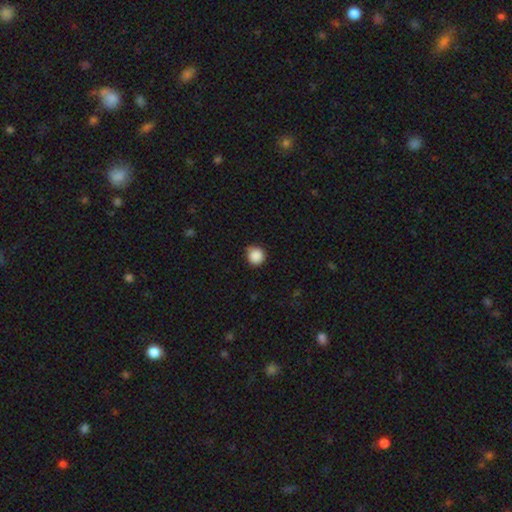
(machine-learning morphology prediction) Smooth or featured: smooth — 88% (star or artifact — 9%)
How rounded: round — 94% (in between — 5%)
Merging: none — 81% (minor disturbance — 15%)